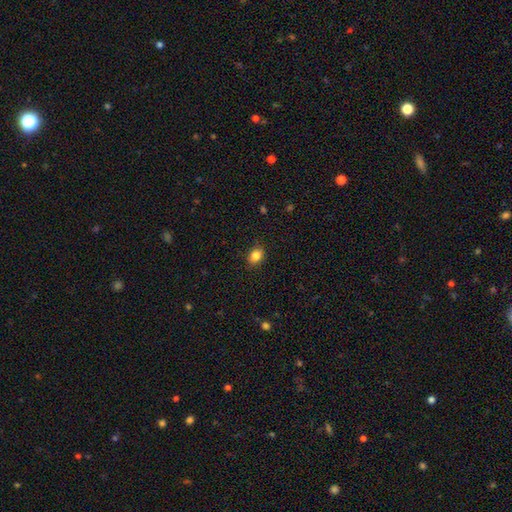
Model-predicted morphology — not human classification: smooth_or_featured: smooth (p=0.85) [alt: star or artifact p=0.10]
how_rounded: in between (p=0.59) [alt: round p=0.40]
merging: none (p=0.86) [alt: minor disturbance p=0.10]